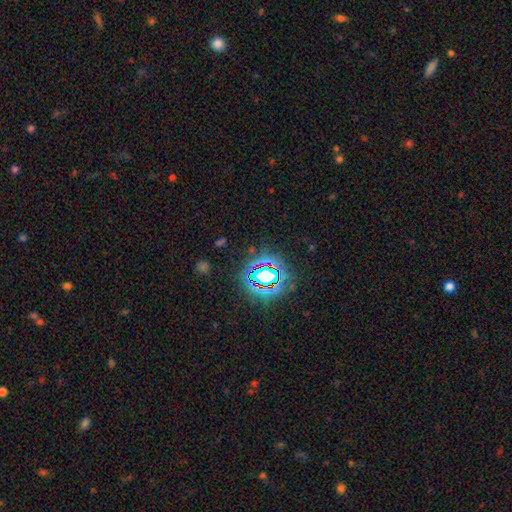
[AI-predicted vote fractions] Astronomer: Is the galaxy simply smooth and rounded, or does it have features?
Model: star or artifact — 76%.